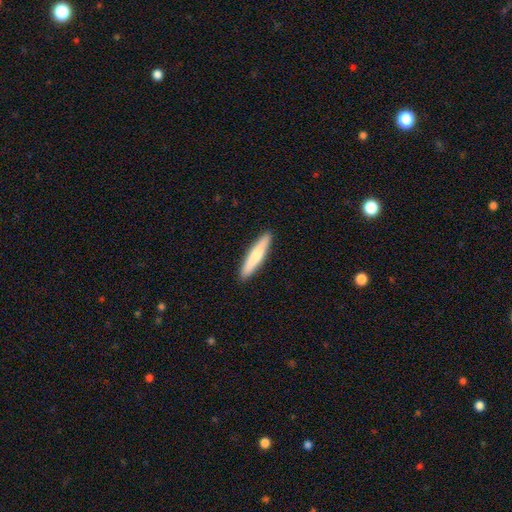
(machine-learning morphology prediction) Smooth or featured? Predicted: smooth (p=0.72). How rounded? Predicted: cigar-shaped (p=0.91). Merging? Predicted: none (p=0.92).